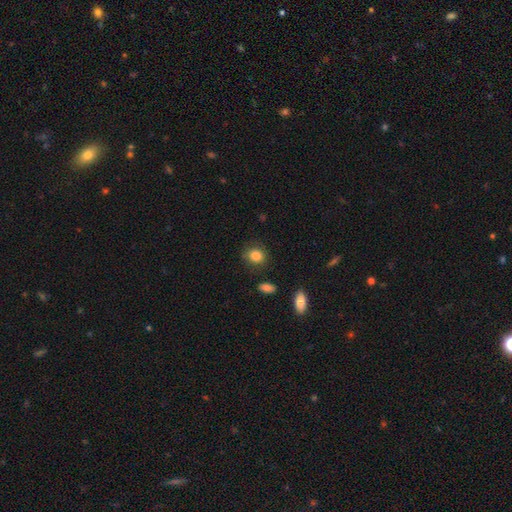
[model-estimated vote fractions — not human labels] This is clearly a smooth galaxy (85%). How rounded: likely round (69%). Merging: likely none (80%).